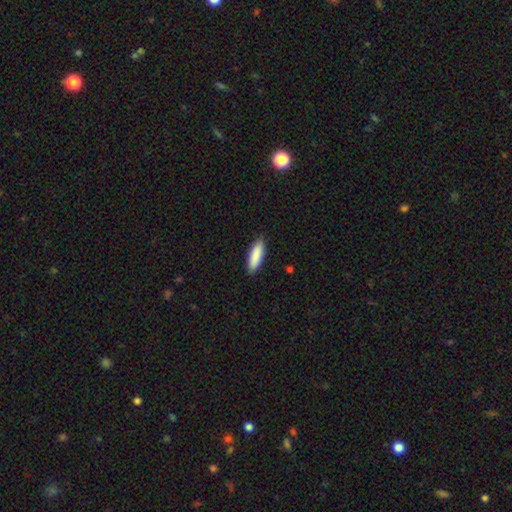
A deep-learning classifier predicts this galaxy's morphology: This is clearly a smooth galaxy (89%). How rounded: possibly in between (50%). Merging: clearly none (87%).